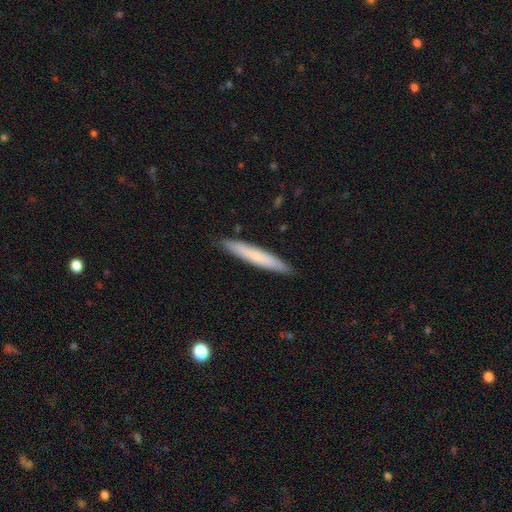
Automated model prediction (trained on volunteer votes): A smooth galaxy with no disk features (69%) that is cigar-shaped (95%). Merging: none (90%).